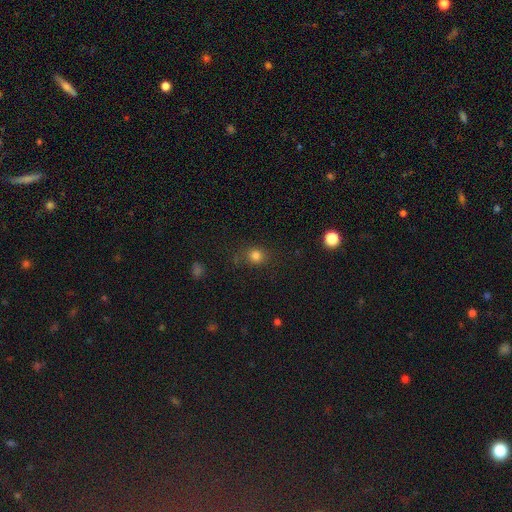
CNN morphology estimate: smooth_or_featured: smooth (p=0.79) [alt: star or artifact p=0.15]
how_rounded: round (p=0.77) [alt: in between p=0.22]
merging: none (p=0.79) [alt: minor disturbance p=0.13]